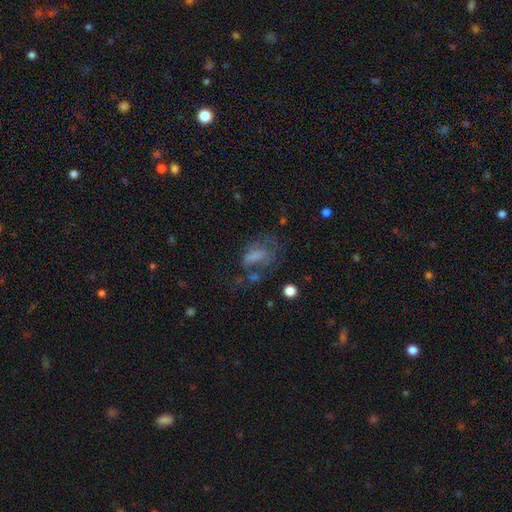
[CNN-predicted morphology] This is possibly a smooth galaxy (49%). Merging: marginally major disturbance (44%).